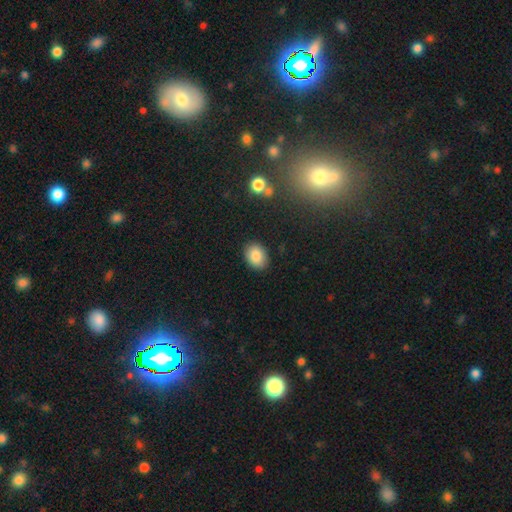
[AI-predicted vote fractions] Smooth or featured: smooth — 85% (star or artifact — 9%)
How rounded: in between — 70% (round — 29%)
Merging: none — 88% (minor disturbance — 9%)